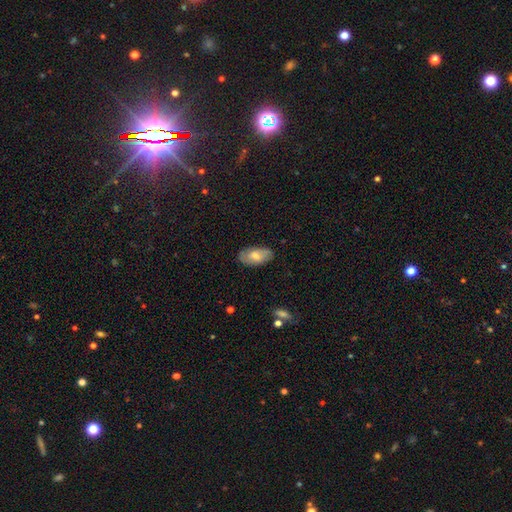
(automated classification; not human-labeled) smooth 68%, featured or disk 26%, star or artifact 6%. Down the decision tree: how rounded — in between (94%); merging — none (80%).